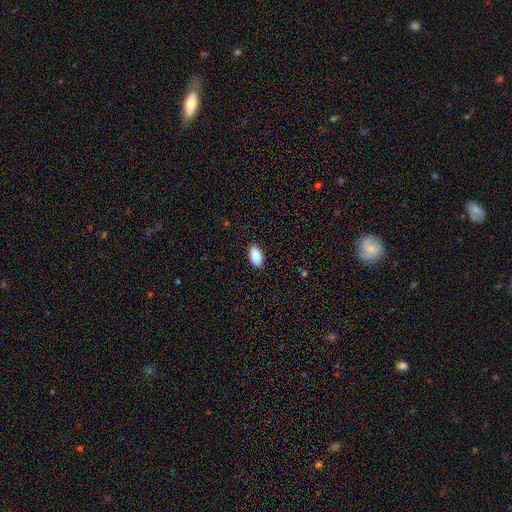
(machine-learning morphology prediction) Overall: smooth (90%). How rounded: in between (95%). Merging: none (88%).